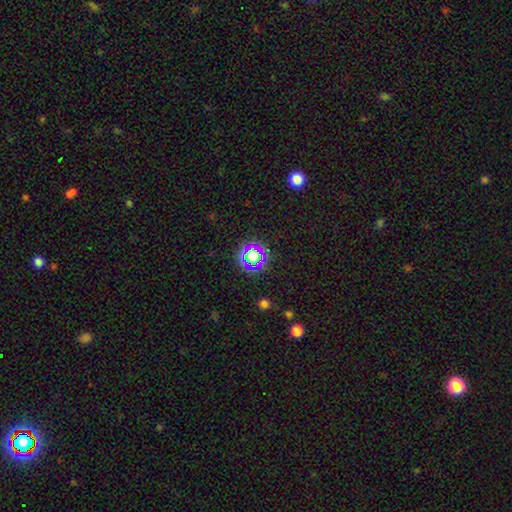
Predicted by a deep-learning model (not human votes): smooth-or-featured: star or artifact: 59% | smooth: 31% | featured or disk: 10%